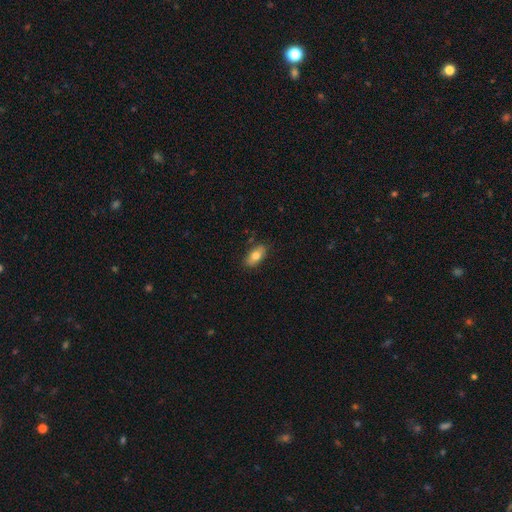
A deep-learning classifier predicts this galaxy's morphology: This appears to be a smooth galaxy with no disk features (78%) that is in between round and cigar-shaped (87%). Merging: none (84%).